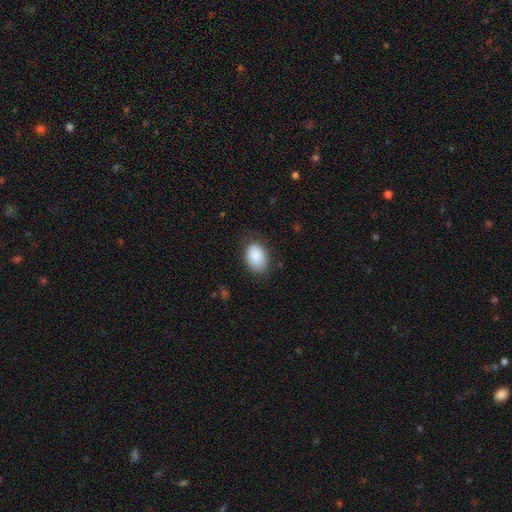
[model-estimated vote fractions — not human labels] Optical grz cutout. It shows a smooth galaxy with no disk features (88%) that is in between round and cigar-shaped (85%). Merging: none (78%).